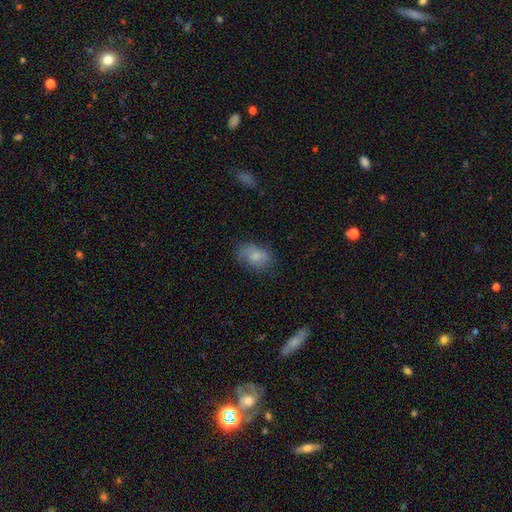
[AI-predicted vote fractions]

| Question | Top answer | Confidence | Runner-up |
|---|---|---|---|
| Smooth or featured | smooth | 68% | featured or disk (23%) |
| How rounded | in between | 82% | round (16%) |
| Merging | none | 56% | minor disturbance (28%) |